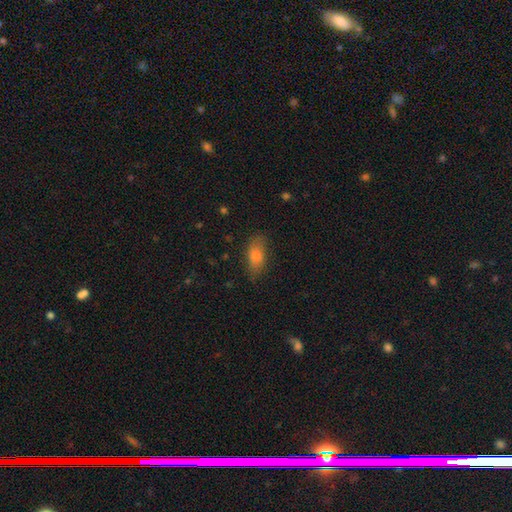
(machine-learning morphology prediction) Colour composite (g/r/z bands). It shows a smooth galaxy with no disk features (76%) that is in between round and cigar-shaped (80%). Merging: none (78%).